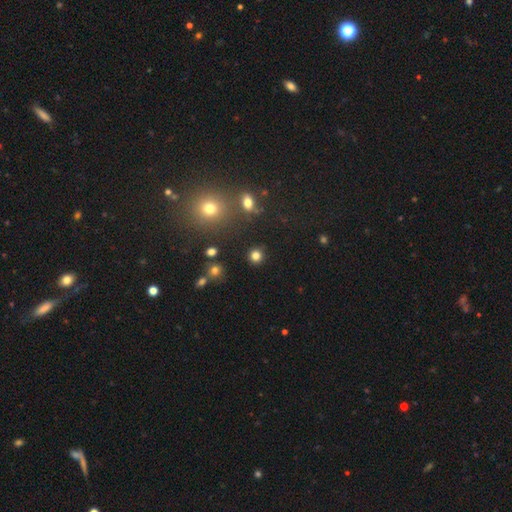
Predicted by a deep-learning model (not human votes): A smooth galaxy with no disk features (80%) that is round (92%). Merging: none (89%).